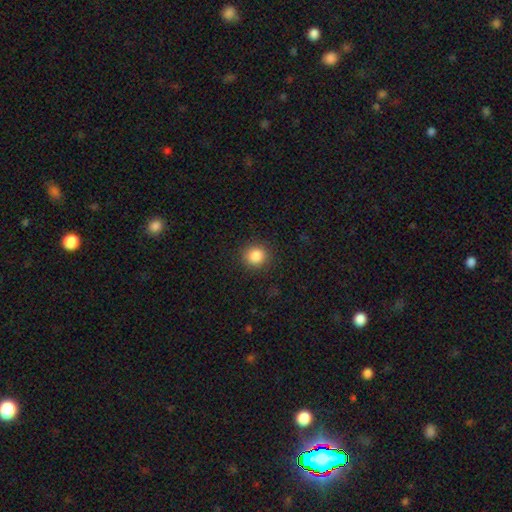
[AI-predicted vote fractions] Smooth or featured?
  - smooth: 85% *
  - star or artifact: 10%
  - featured or disk: 4%
How rounded?
  - round: 91% *
  - in between: 8%
  - cigar-shaped: 1%
Merging?
  - none: 90% *
  - minor disturbance: 6%
  - major disturbance: 2%
  - merger: 1%